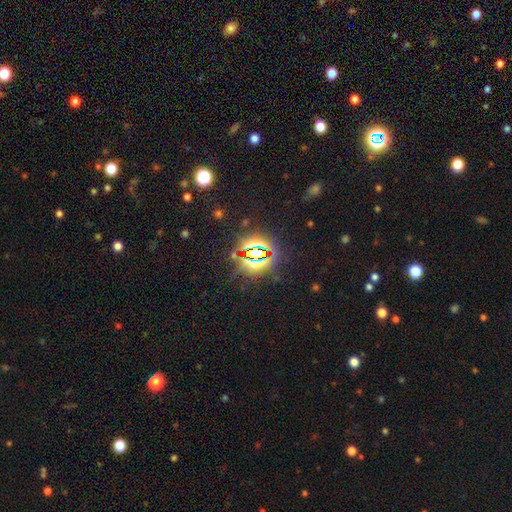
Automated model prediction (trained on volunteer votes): Smooth or featured? Predicted: star or artifact (p=0.78).